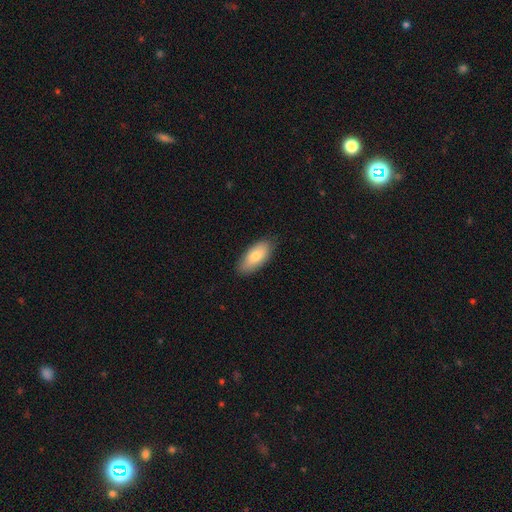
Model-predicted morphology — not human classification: Smooth or featured: smooth — 79% (featured or disk — 15%)
How rounded: in between — 88% (cigar-shaped — 10%)
Merging: none — 85% (minor disturbance — 12%)